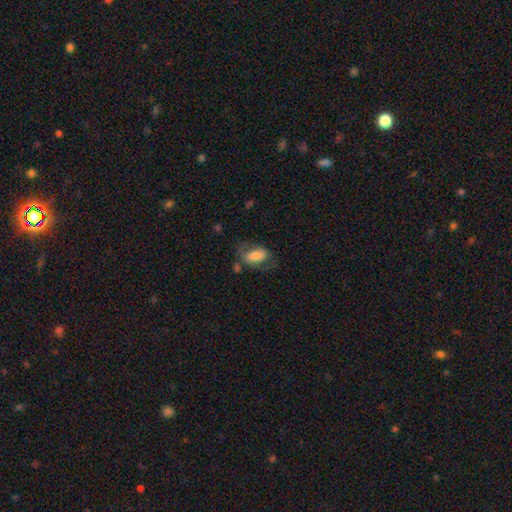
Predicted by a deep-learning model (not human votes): Smooth or featured: smooth — 63% (featured or disk — 29%)
How rounded: in between — 90% (round — 7%)
Merging: none — 52% (minor disturbance — 23%)